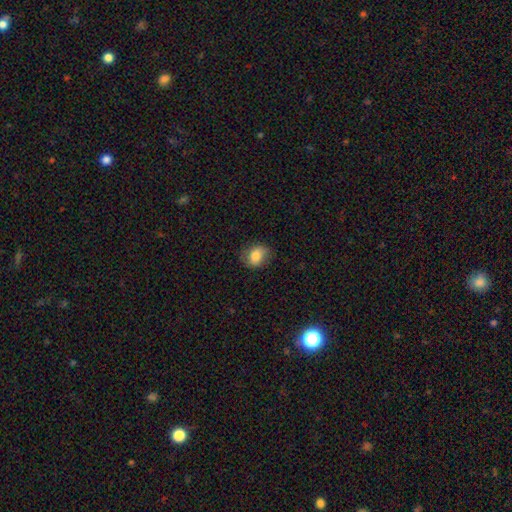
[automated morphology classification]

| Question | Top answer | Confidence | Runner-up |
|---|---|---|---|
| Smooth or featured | smooth | 76% | featured or disk (15%) |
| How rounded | in between | 51% | round (48%) |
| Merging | none | 75% | minor disturbance (19%) |